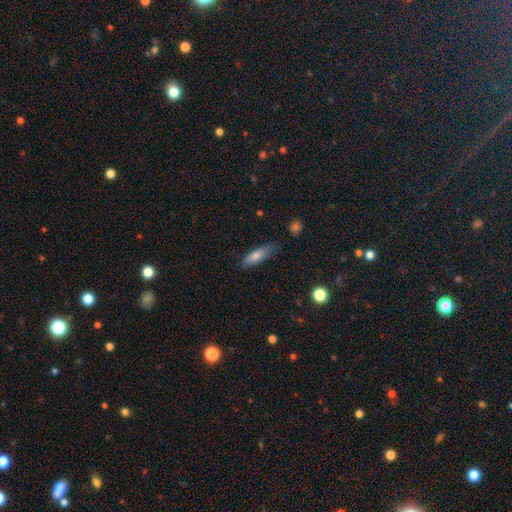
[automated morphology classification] A smooth galaxy with no disk features (75%) that is cigar-shaped (57%). Merging: none (77%).